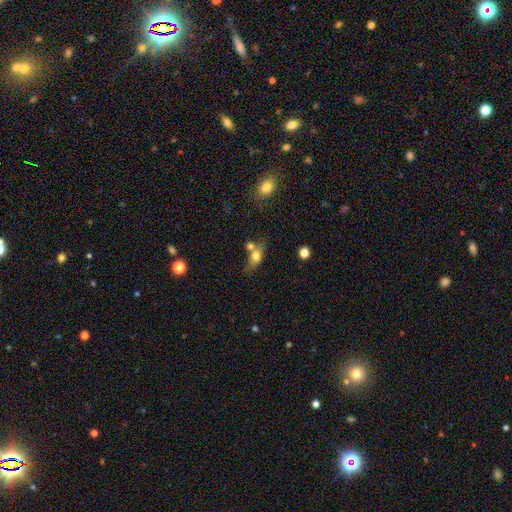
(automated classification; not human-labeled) The model was most divided on "merging": none: 44%, merger: 35%, minor disturbance: 15%, major disturbance: 7%. More confident: smooth or featured — smooth (69%); how rounded — in between (66%).